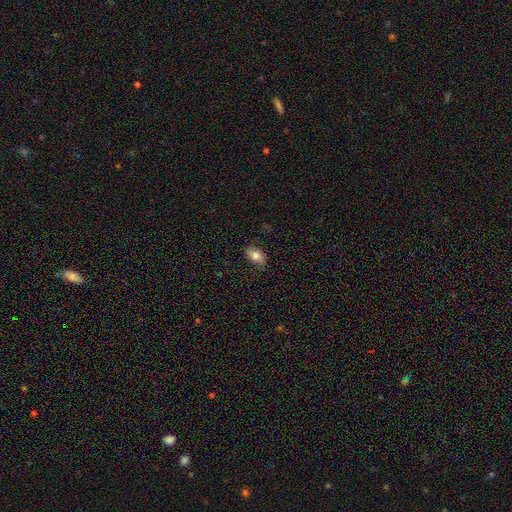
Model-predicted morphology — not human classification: type=smooth (80%); roundness=in between (87%); merging=none (80%).